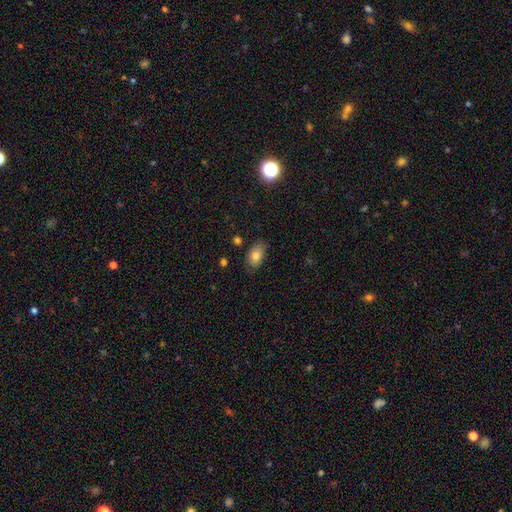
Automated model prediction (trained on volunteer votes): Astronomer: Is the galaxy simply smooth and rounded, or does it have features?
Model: smooth — 80%.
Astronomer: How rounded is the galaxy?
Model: in between — 90%.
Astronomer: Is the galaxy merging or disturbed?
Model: none — 78%.